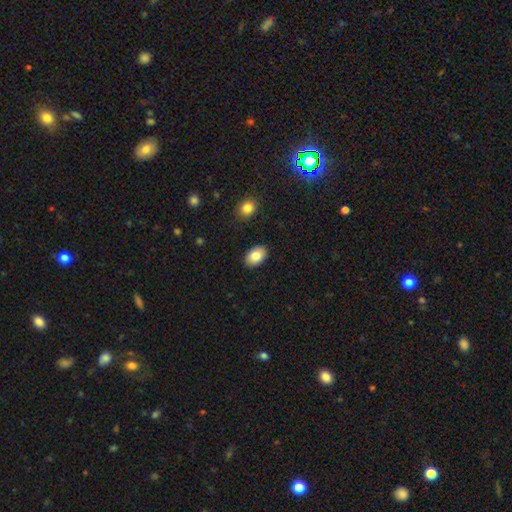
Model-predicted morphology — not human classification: A smooth galaxy with no disk features (84%) that is in between round and cigar-shaped (86%).

Vote fractions:
- Smooth or featured? smooth: 84% / featured or disk: 9% / star or artifact: 7%
- How rounded? in between: 86% / round: 13% / cigar-shaped: 1%
- Merging? none: 89% / minor disturbance: 8% / major disturbance: 2% / merger: 2%